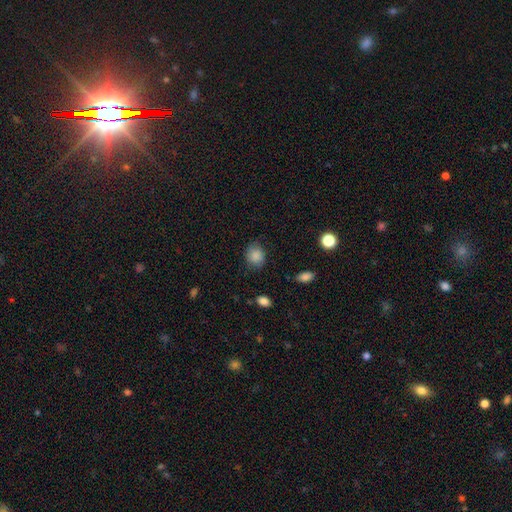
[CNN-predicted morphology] This is clearly a smooth galaxy (86%). How rounded: likely round (68%). Merging: likely none (75%).